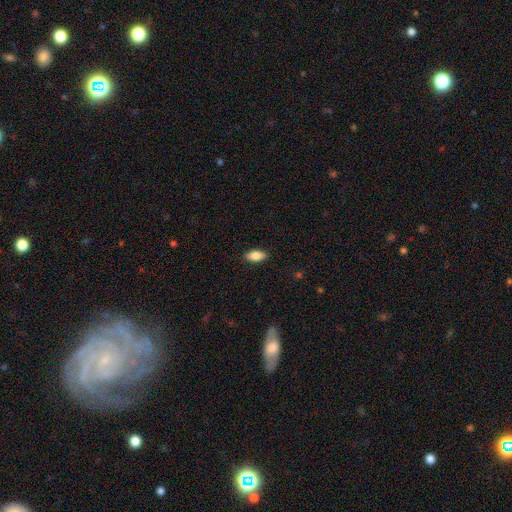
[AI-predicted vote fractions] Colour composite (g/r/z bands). It shows a smooth galaxy with no disk features (82%) that is in between round and cigar-shaped (86%). Merging: none (89%).